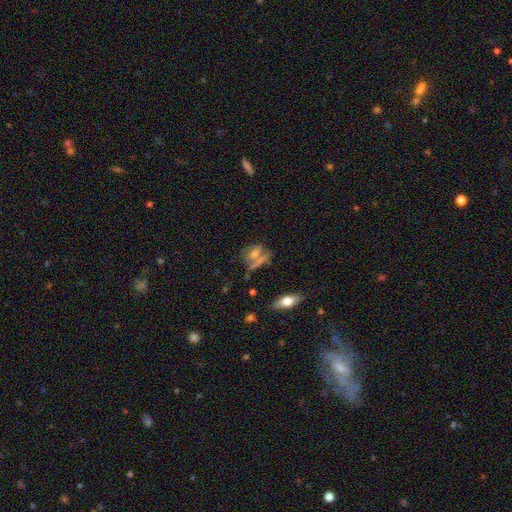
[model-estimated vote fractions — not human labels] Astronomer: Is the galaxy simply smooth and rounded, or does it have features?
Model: smooth — 56%.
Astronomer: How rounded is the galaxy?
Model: in between — 62%.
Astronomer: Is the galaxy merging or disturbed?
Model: none — 45% (runner-up: merger, 21%).